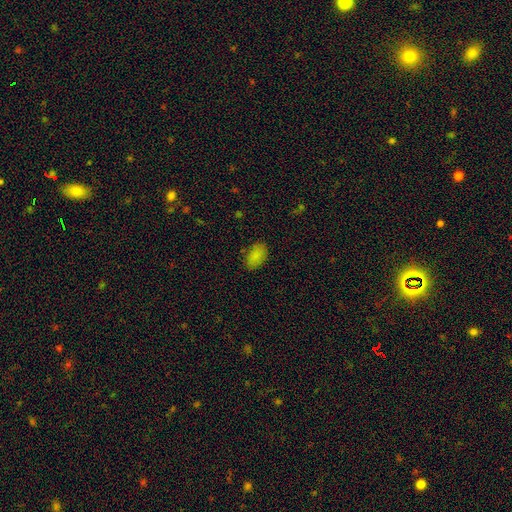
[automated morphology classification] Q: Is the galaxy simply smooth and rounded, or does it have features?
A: smooth — 85%.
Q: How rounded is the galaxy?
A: in between — 92%.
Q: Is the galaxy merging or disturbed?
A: none — 82%.